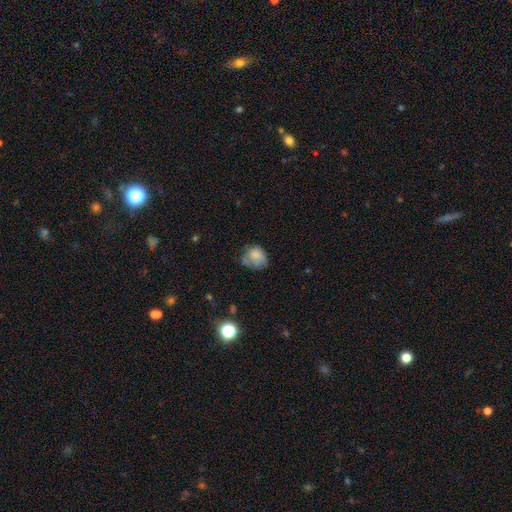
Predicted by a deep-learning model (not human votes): Overall: smooth (74%). How rounded: round (59%; in between 40%). Merging: none (44%; minor disturbance 34%).